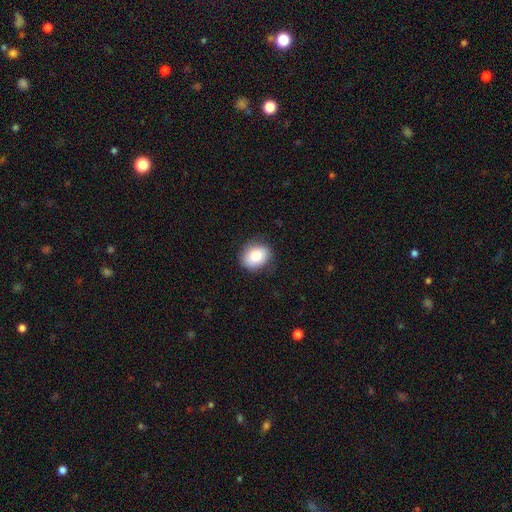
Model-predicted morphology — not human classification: Smooth or featured? smooth (82%)
How rounded? in between (56%)
Merging? none (84%)